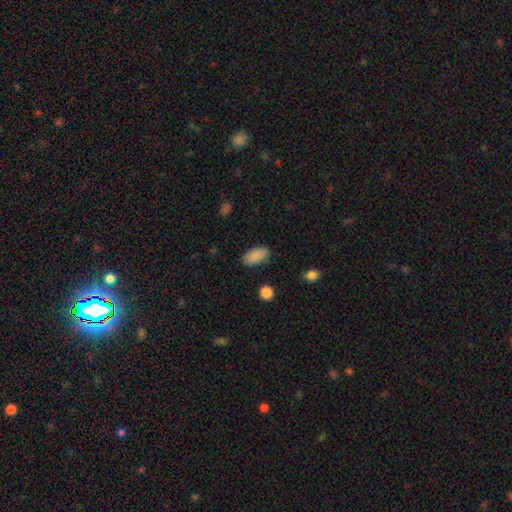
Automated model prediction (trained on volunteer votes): smooth-or-featured: smooth: 88% | star or artifact: 7% | featured or disk: 4%
  how-rounded: in between: 94% | round: 4% | cigar-shaped: 2%
  merging: none: 85% | minor disturbance: 11% | major disturbance: 3% | merger: 1%